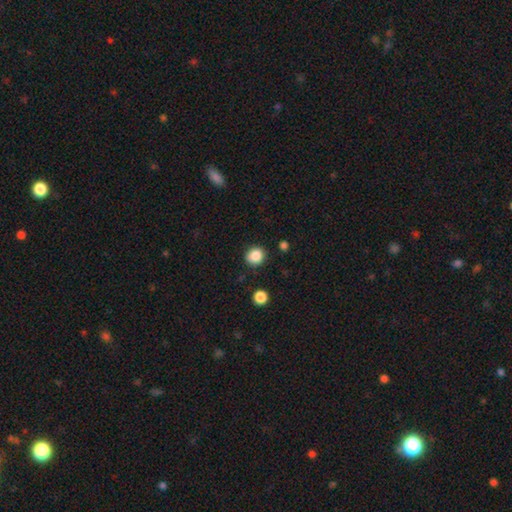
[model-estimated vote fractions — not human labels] smooth_or_featured: smooth (p=0.86) [alt: star or artifact p=0.10]
how_rounded: round (p=0.83) [alt: in between p=0.17]
merging: none (p=0.87) [alt: minor disturbance p=0.08]